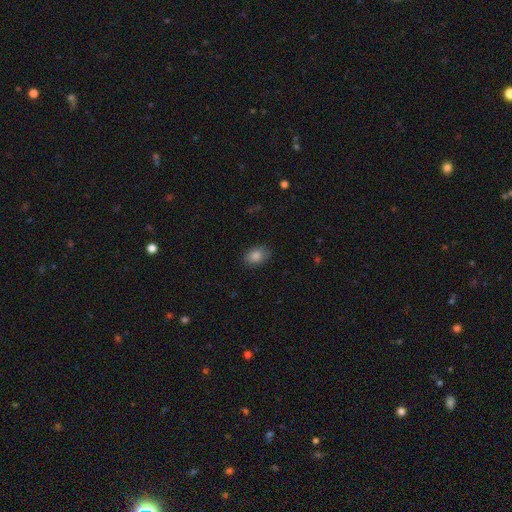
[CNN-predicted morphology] Smooth or featured? smooth (85%)
How rounded? in between (79%)
Merging? none (85%)